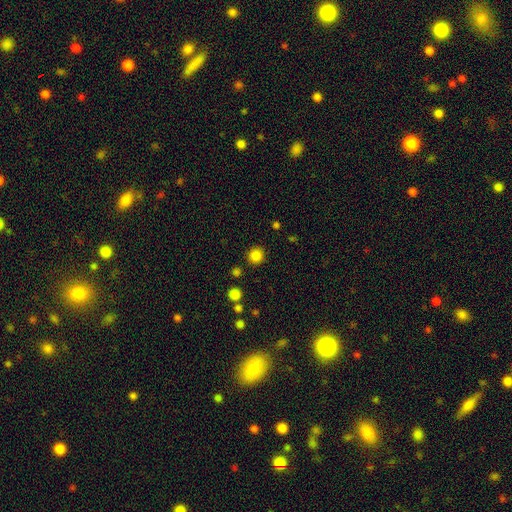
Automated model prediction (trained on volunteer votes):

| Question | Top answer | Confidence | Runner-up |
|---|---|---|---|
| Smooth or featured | smooth | 84% | star or artifact (12%) |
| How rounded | round | 93% | in between (6%) |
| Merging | none | 89% | minor disturbance (6%) |